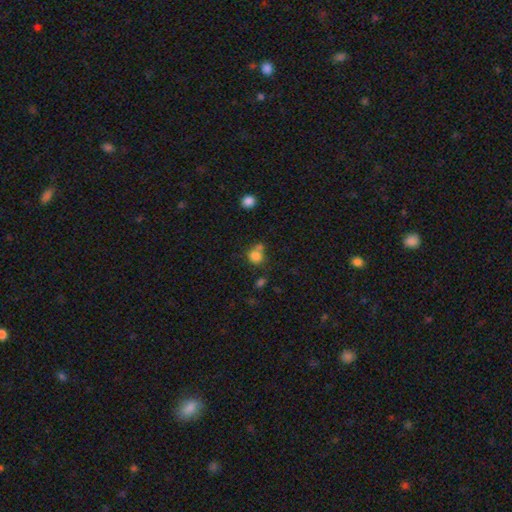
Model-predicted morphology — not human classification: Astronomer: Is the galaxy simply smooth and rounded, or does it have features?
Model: smooth — 80%.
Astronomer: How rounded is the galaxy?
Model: round — 76%.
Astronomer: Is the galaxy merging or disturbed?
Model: none — 48% (runner-up: merger, 29%).